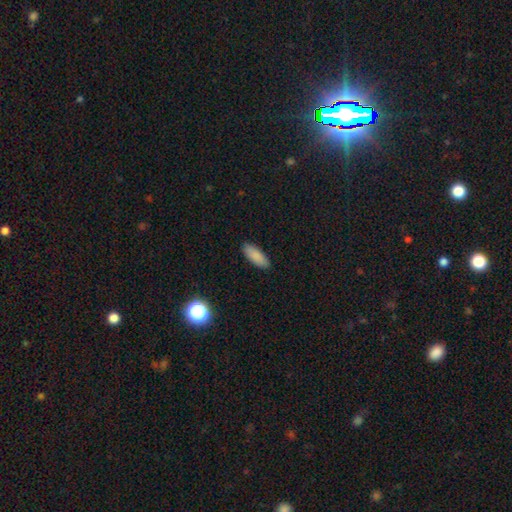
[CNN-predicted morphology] Q: Smooth or featured?
A: smooth (88%); runner-up: star or artifact (7%)
Q: How rounded?
A: in between (71%); runner-up: cigar-shaped (27%)
Q: Merging?
A: none (90%); runner-up: minor disturbance (8%)